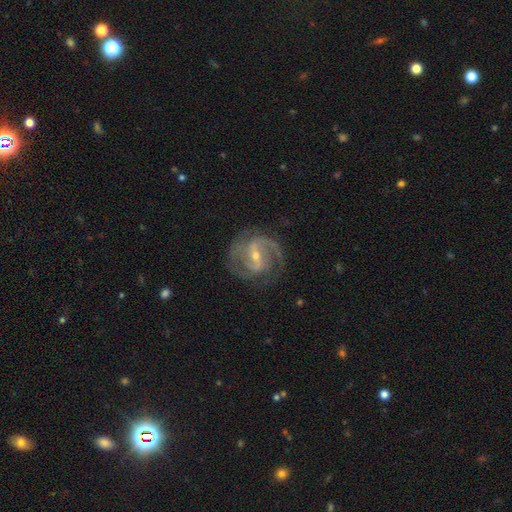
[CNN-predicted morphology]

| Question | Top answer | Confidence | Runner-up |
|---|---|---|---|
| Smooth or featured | featured or disk | 90% | star or artifact (5%) |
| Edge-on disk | no | 97% | yes (3%) |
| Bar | strong | 45% | weak (42%) |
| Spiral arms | yes | 97% | no (3%) |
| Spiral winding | medium | 52% | tight (34%) |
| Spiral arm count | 2 | 67% | 3 (14%) |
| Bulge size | small | 60% | moderate (37%) |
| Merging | none | 75% | minor disturbance (16%) |